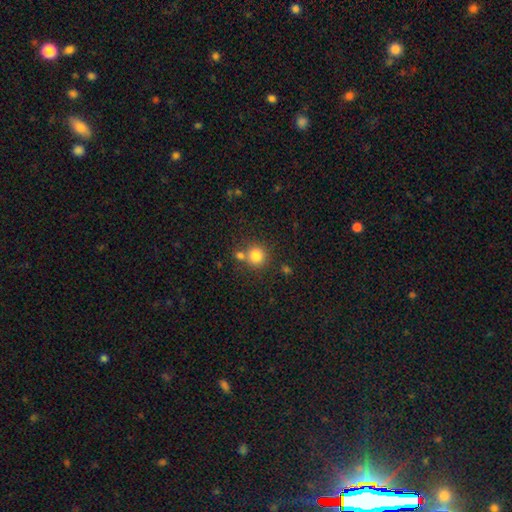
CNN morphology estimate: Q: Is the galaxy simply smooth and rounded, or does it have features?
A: smooth — 81%.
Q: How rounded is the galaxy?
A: round — 92%.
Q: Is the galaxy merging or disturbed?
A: none — 66%.